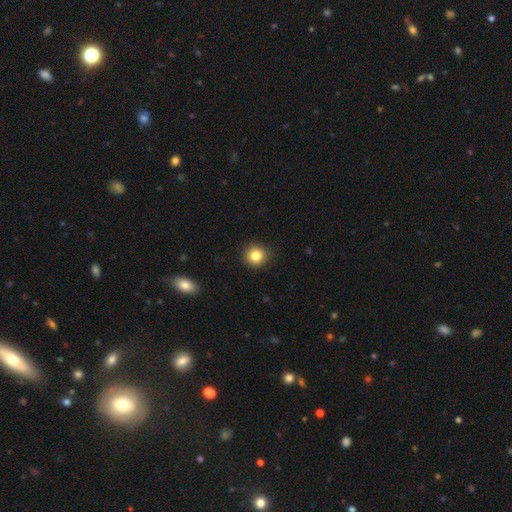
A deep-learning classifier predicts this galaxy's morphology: smooth_or_featured: smooth (p=0.84) [alt: star or artifact p=0.10]
how_rounded: round (p=0.92) [alt: in between p=0.07]
merging: none (p=0.90) [alt: minor disturbance p=0.07]